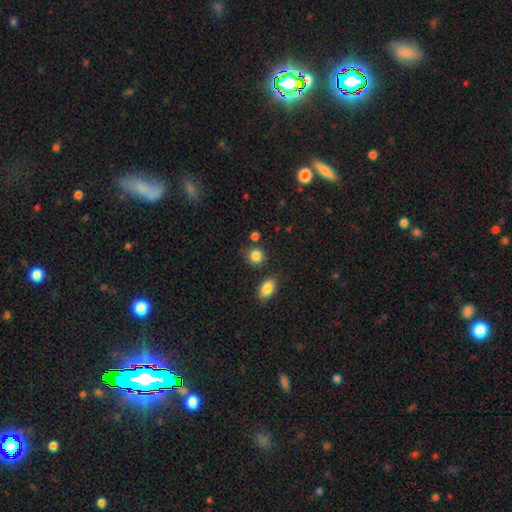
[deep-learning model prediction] smooth-or-featured: smooth: 86% | star or artifact: 10% | featured or disk: 5%
  how-rounded: round: 80% | in between: 19% | cigar-shaped: 1%
  merging: none: 78% | minor disturbance: 11% | merger: 7% | major disturbance: 3%